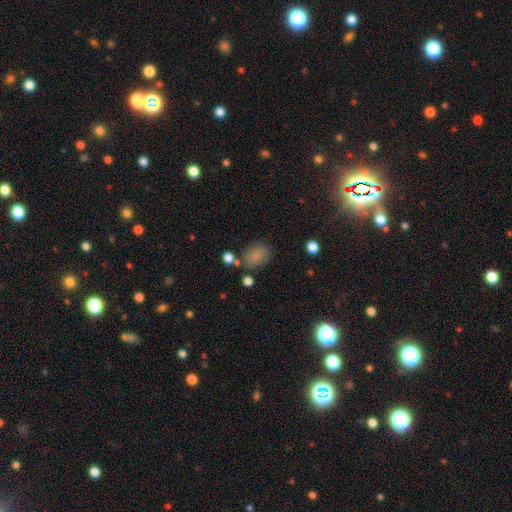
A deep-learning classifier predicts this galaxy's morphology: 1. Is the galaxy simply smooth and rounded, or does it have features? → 81% smooth, 11% star or artifact, 8% featured or disk.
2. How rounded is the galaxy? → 71% in between, 28% round, 1% cigar-shaped.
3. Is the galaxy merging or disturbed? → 72% none, 17% minor disturbance, 6% merger, 5% major disturbance.